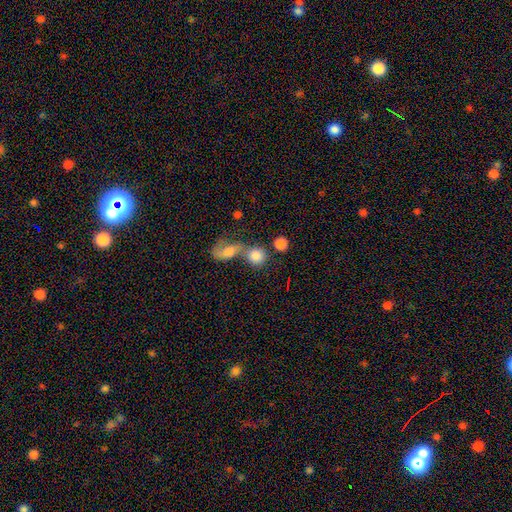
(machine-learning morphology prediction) Smooth or featured? smooth (81%)
How rounded? round (79%)
Merging? merger (50%)